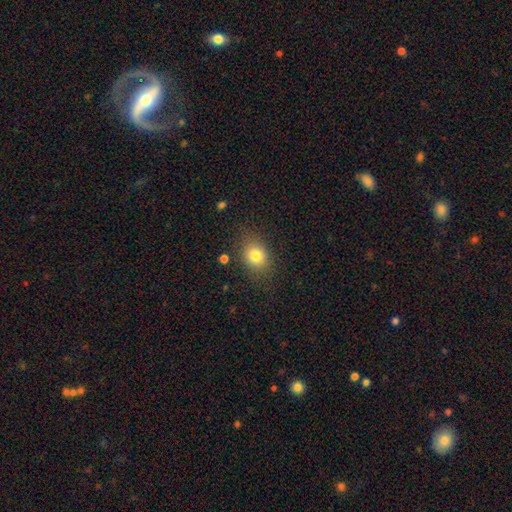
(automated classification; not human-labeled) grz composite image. It shows a smooth galaxy with no disk features (80%) that is in between round and cigar-shaped (51%). Merging: none (80%).